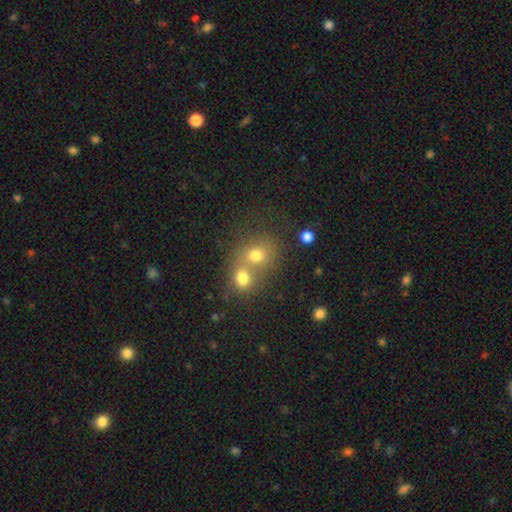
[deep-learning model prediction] Smooth or featured? Predicted: smooth (p=0.71). How rounded? Predicted: round (p=0.75). Merging? Predicted: merger (p=0.57).